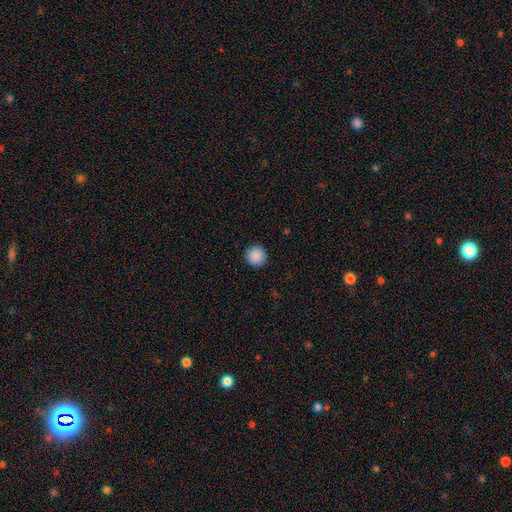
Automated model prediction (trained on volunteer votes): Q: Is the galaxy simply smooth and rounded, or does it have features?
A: smooth — 89%.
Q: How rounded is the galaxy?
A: round — 96%.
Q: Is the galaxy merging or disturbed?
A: none — 92%.